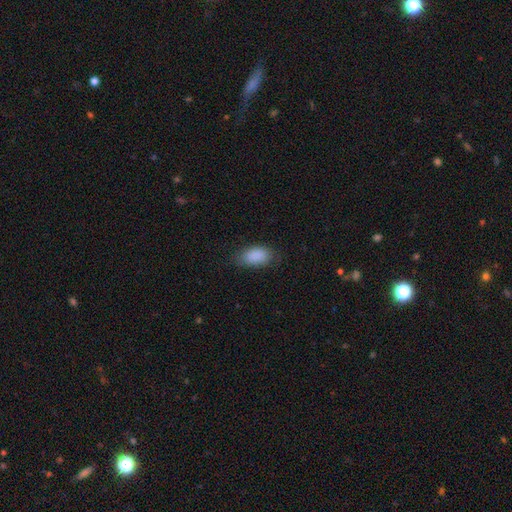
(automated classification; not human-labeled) Morphology: type=smooth (89%); roundness=in between (92%); merging=none (77%).